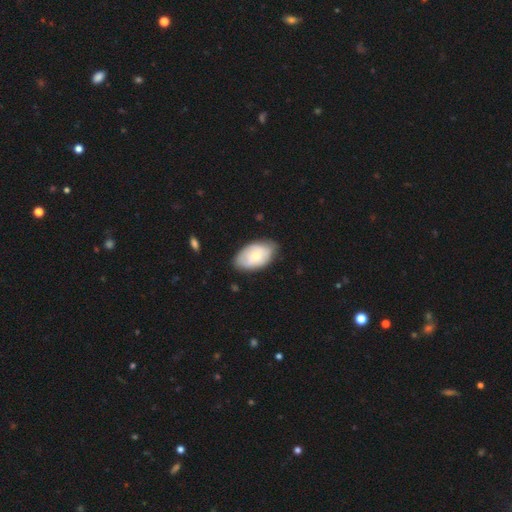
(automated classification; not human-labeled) Smooth or featured? smooth (59%)
How rounded? in between (92%)
Merging? none (73%)